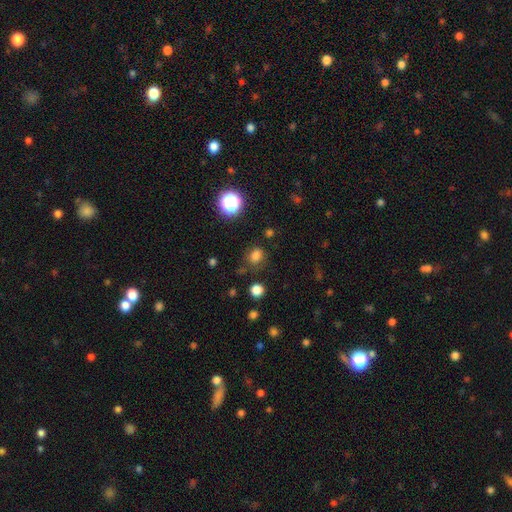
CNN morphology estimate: A smooth galaxy with no disk features (76%) that is round (62%). Merging: none (73%).